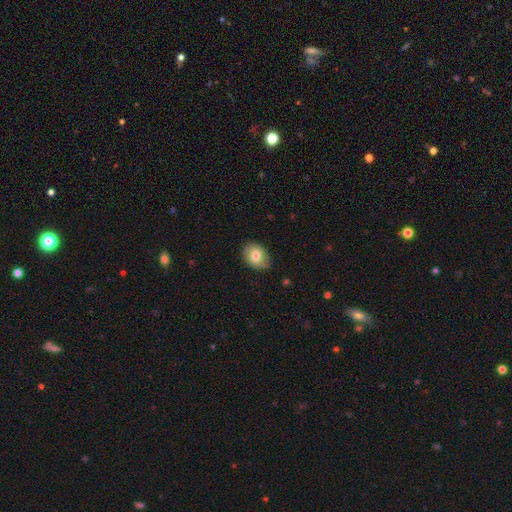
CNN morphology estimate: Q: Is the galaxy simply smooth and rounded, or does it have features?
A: smooth — 76%.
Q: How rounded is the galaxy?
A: in between — 67%.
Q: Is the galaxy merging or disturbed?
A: none — 78%.